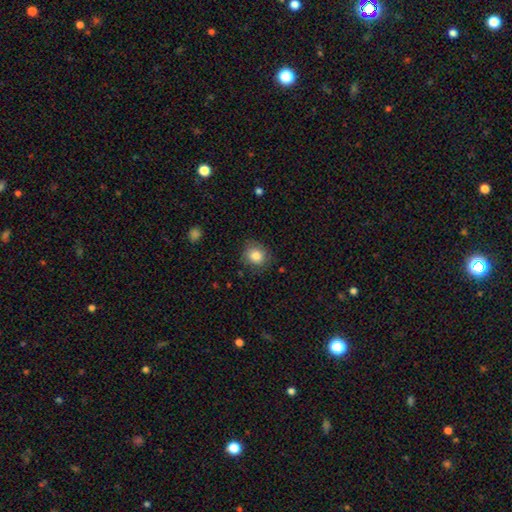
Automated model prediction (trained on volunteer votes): This is clearly a smooth galaxy (85%). How rounded: likely round (78%). Merging: likely none (78%).